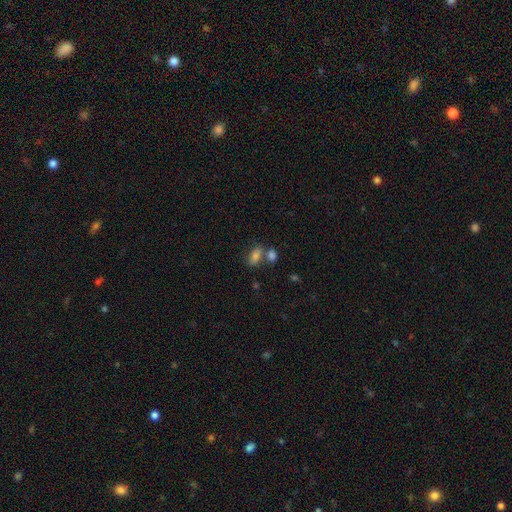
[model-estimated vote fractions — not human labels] A smooth galaxy with no disk features (78%) that is in between round and cigar-shaped (86%). Merging: none (47%).